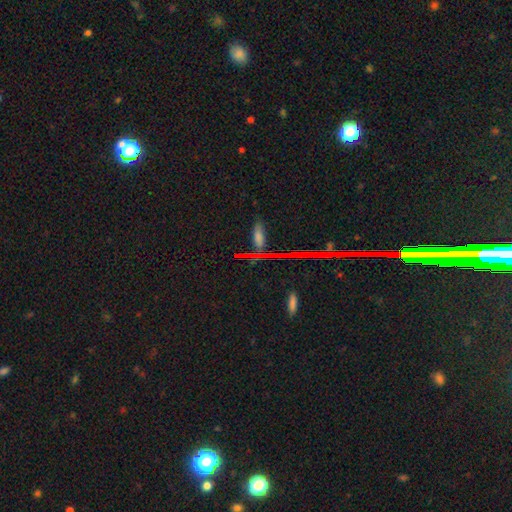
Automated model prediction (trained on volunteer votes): smooth-or-featured: star or artifact: 74% | smooth: 13% | featured or disk: 12%